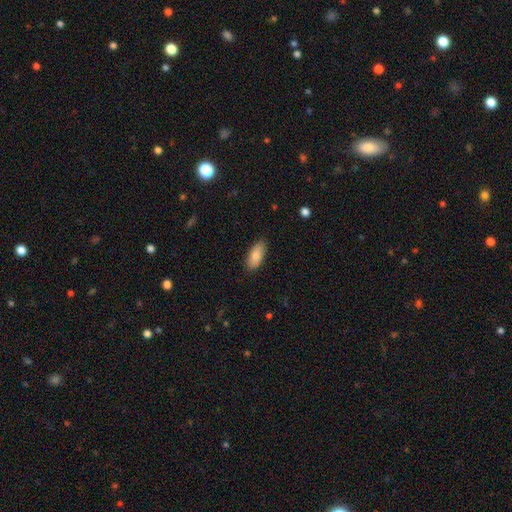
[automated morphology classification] smooth_or_featured: smooth (p=0.86) [alt: featured or disk p=0.08]
how_rounded: in between (p=0.85) [alt: cigar-shaped p=0.14]
merging: none (p=0.86) [alt: minor disturbance p=0.11]